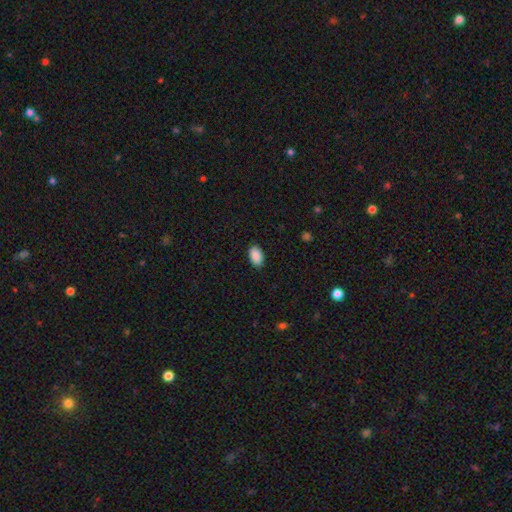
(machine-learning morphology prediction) This appears to be a smooth galaxy with no disk features (90%) that is in between round and cigar-shaped (93%). Merging: none (89%).